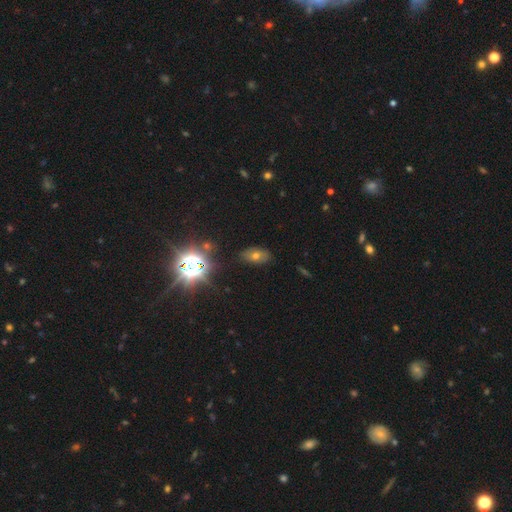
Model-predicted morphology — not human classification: Smooth or featured? smooth (43%)
Merging? none (81%)